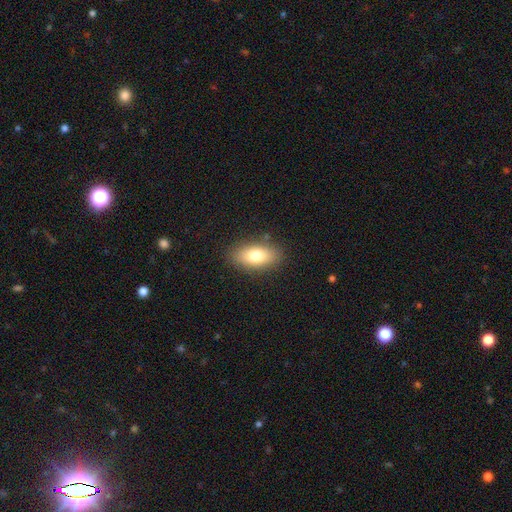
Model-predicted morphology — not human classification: Q: Smooth or featured?
A: smooth (77%); runner-up: featured or disk (15%)
Q: How rounded?
A: in between (88%); runner-up: cigar-shaped (7%)
Q: Merging?
A: none (86%); runner-up: minor disturbance (10%)